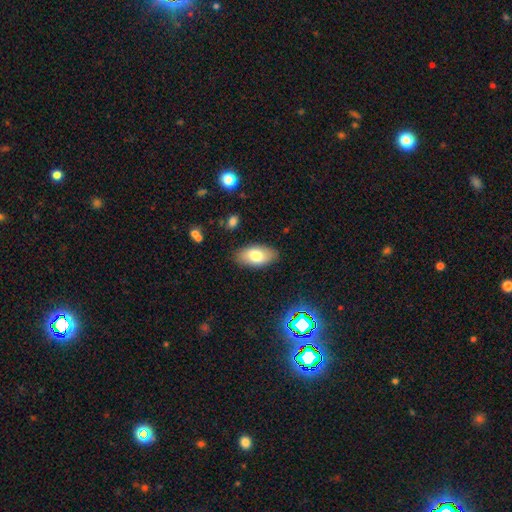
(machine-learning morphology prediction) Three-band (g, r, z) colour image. It shows a smooth galaxy with no disk features (76%) that is in between round and cigar-shaped (94%). Merging: none (86%).